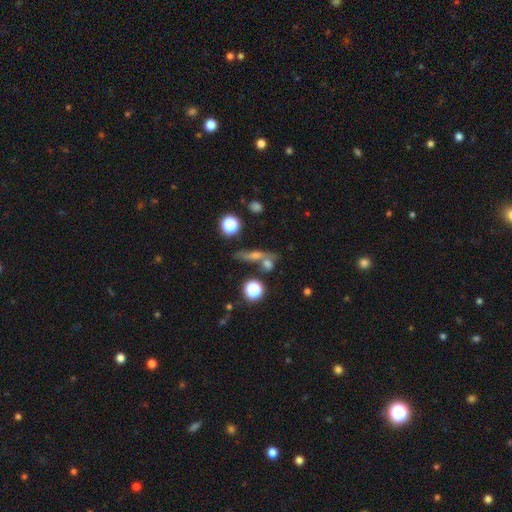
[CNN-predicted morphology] Smooth or featured? Predicted: smooth (p=0.41). Merging? Predicted: none (p=0.63).